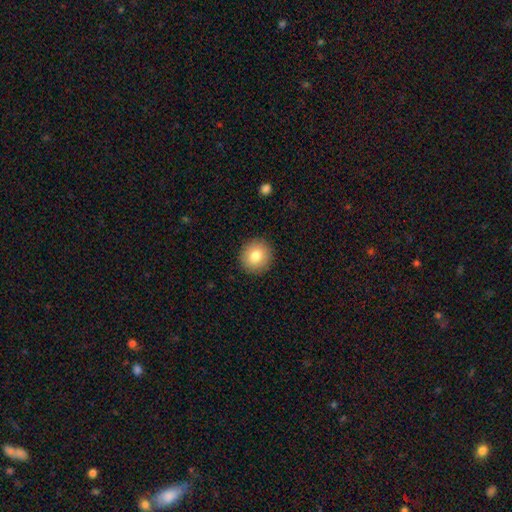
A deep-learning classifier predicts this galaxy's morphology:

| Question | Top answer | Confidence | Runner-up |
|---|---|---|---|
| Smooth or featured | smooth | 81% | featured or disk (10%) |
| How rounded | round | 91% | in between (8%) |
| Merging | none | 91% | minor disturbance (6%) |